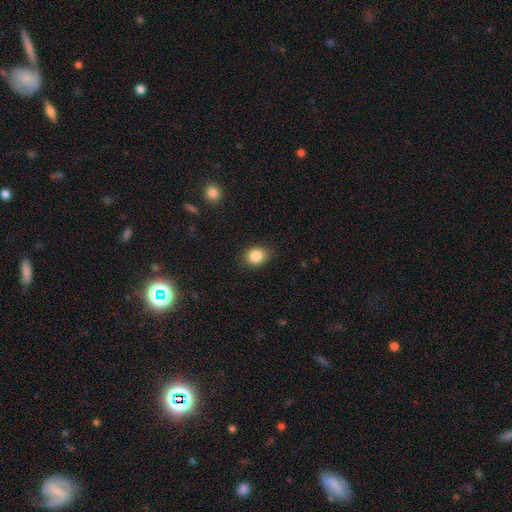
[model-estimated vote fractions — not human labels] smooth 85%, star or artifact 10%, featured or disk 5%. Down the decision tree: how rounded — round (61%); merging — none (86%).